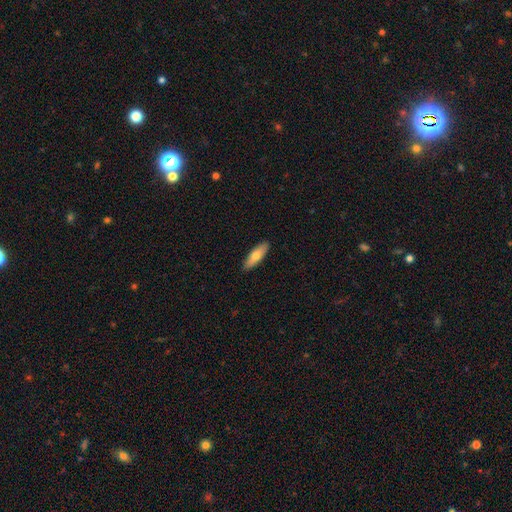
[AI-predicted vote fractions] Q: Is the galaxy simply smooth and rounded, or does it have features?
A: smooth — 71%.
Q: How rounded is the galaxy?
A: cigar-shaped — 50%.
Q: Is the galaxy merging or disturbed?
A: none — 90%.